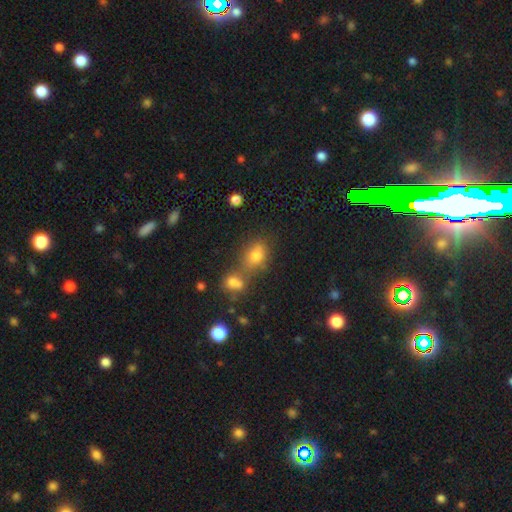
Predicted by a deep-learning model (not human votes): smooth-or-featured: smooth: 73% | star or artifact: 16% | featured or disk: 11%
  how-rounded: in between: 67% | round: 31% | cigar-shaped: 2%
  merging: none: 51% | merger: 31% | minor disturbance: 13% | major disturbance: 5%